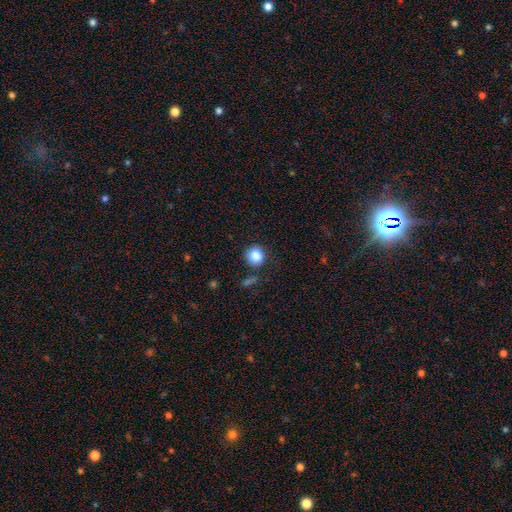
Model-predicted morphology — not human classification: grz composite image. It shows a smooth galaxy with no disk features (85%) that is round (85%). Merging: none (77%).